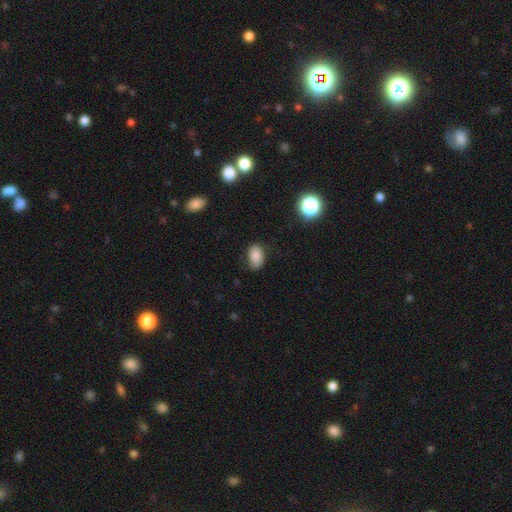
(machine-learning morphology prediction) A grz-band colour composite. It shows a smooth galaxy with no disk features (83%) that is in between round and cigar-shaped (87%). Merging: none (76%).